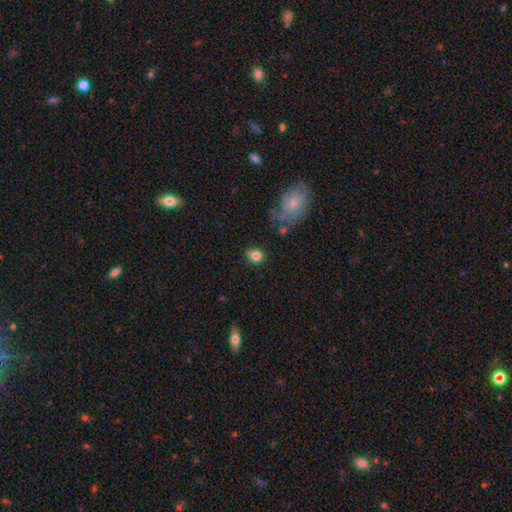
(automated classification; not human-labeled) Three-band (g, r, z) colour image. It shows a smooth galaxy with no disk features (82%) that is round (76%). Merging: none (78%).